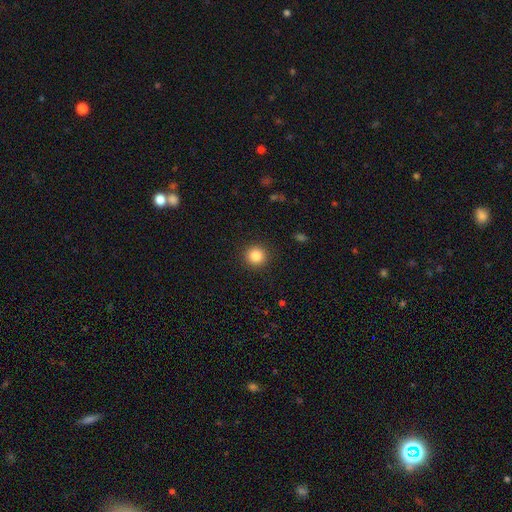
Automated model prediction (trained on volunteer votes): This appears to be a smooth galaxy with no disk features (85%) that is round (94%). Merging: none (92%).